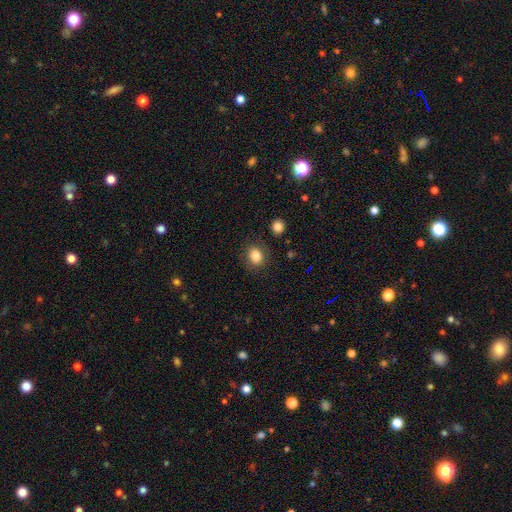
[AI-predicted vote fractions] smooth-or-featured: smooth: 83% | star or artifact: 10% | featured or disk: 7%
  how-rounded: round: 56% | in between: 43% | cigar-shaped: 1%
  merging: none: 84% | minor disturbance: 11% | major disturbance: 3% | merger: 2%